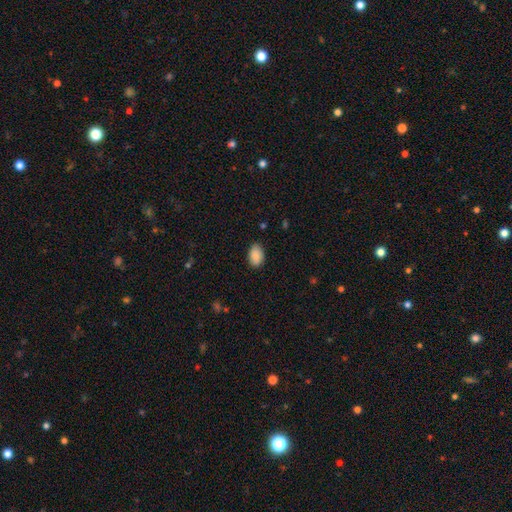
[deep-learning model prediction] Smooth or featured? smooth (89%)
How rounded? in between (90%)
Merging? none (85%)